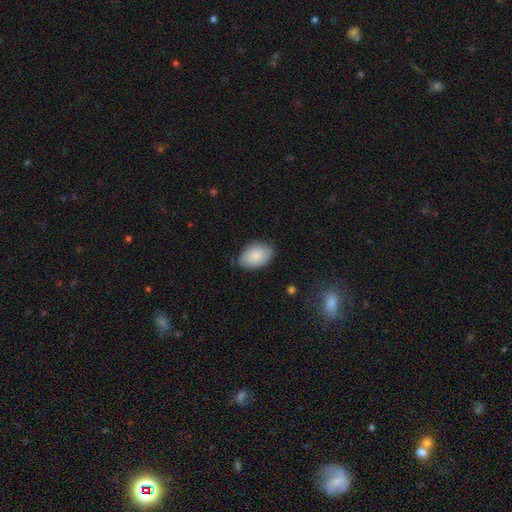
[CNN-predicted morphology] Smooth or featured? Predicted: smooth (p=0.84). How rounded? Predicted: in between (p=0.89). Merging? Predicted: none (p=0.76).